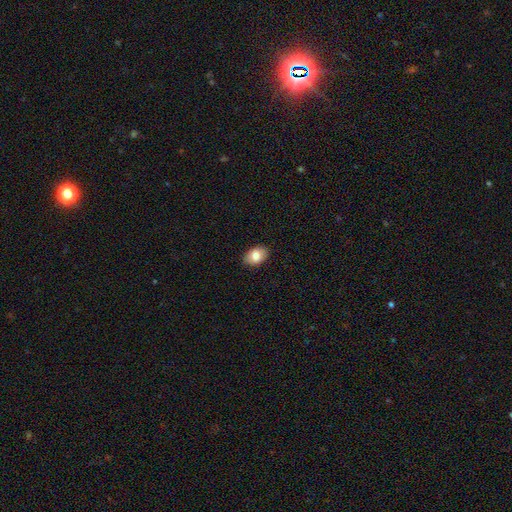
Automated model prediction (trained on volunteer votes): Overall: smooth (82%). How rounded: in between (83%). Merging: none (88%).